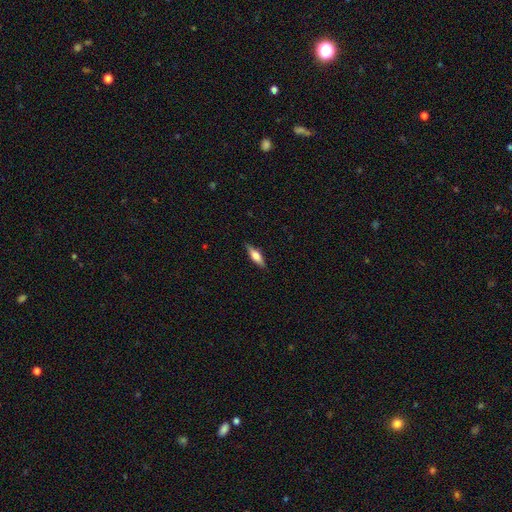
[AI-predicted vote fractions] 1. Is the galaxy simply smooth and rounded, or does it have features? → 54% smooth, 40% featured or disk, 6% star or artifact.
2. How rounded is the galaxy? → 54% cigar-shaped, 44% in between, 2% round.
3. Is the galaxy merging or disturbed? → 87% none, 10% minor disturbance, 2% major disturbance, 1% merger.